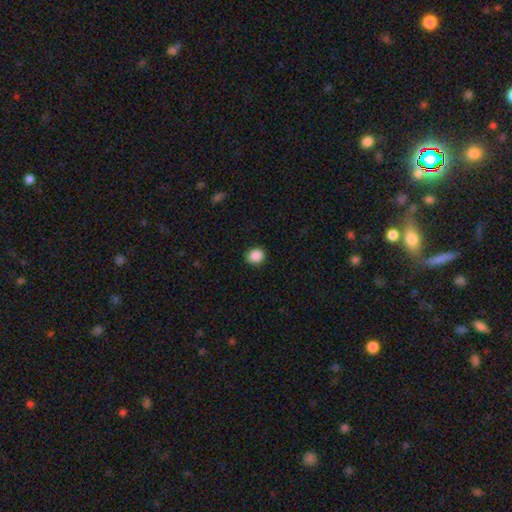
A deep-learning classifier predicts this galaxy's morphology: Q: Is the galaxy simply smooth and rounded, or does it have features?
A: smooth — 88%.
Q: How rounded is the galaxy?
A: round — 72%.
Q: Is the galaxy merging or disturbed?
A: none — 90%.